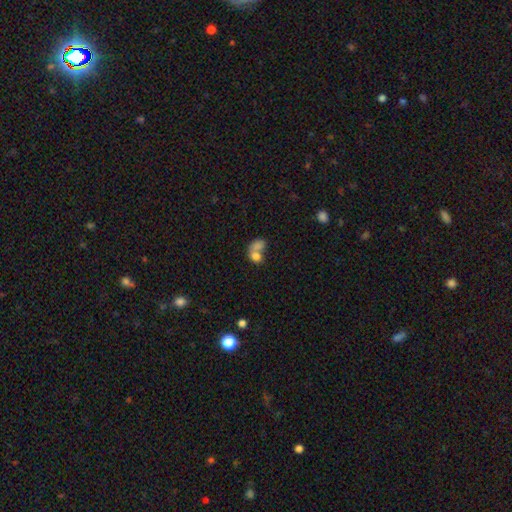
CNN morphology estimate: Smooth or featured? Predicted: smooth (p=0.58). How rounded? Predicted: round (p=0.53). Merging? Predicted: merger (p=0.58).